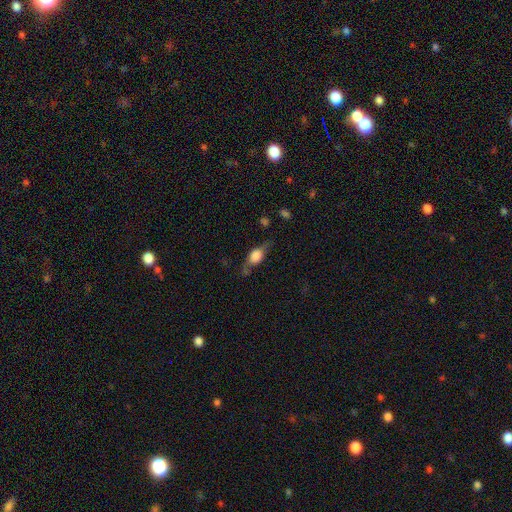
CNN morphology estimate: smooth-or-featured: smooth: 51% | featured or disk: 41% | star or artifact: 8%
  how-rounded: in between: 68% | round: 17% | cigar-shaped: 15%
  merging: none: 56% | minor disturbance: 27% | major disturbance: 14% | merger: 3%